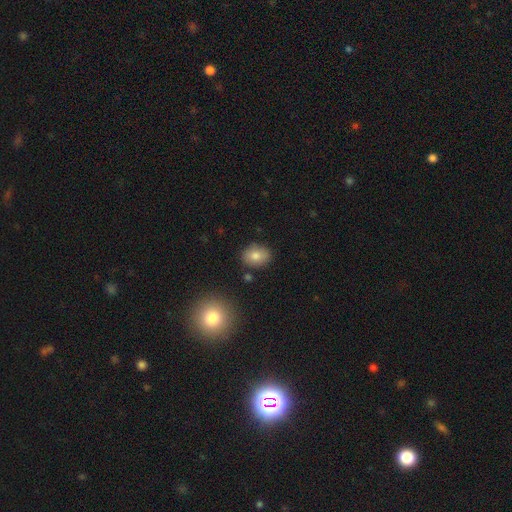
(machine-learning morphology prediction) Smooth or featured? smooth (81%)
How rounded? in between (59%)
Merging? none (83%)